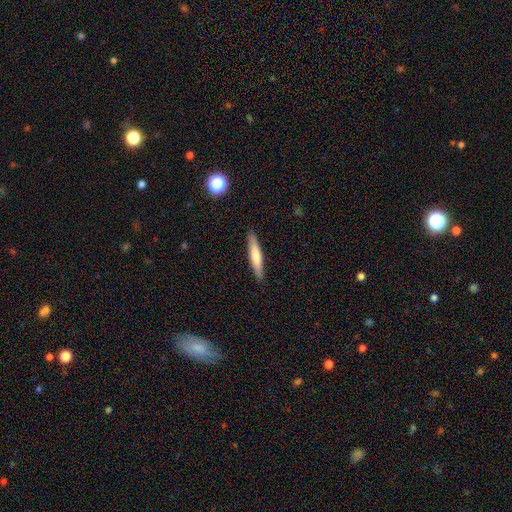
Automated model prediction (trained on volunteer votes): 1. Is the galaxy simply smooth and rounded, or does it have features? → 63% smooth, 32% featured or disk, 6% star or artifact.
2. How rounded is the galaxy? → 89% cigar-shaped, 9% in between, 1% round.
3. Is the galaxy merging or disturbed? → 90% none, 7% minor disturbance, 1% major disturbance, 1% merger.